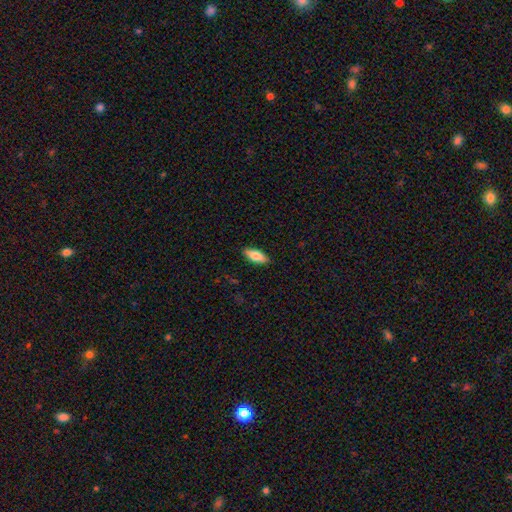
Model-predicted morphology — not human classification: type=smooth (79%); roundness=in between (80%); merging=none (88%).